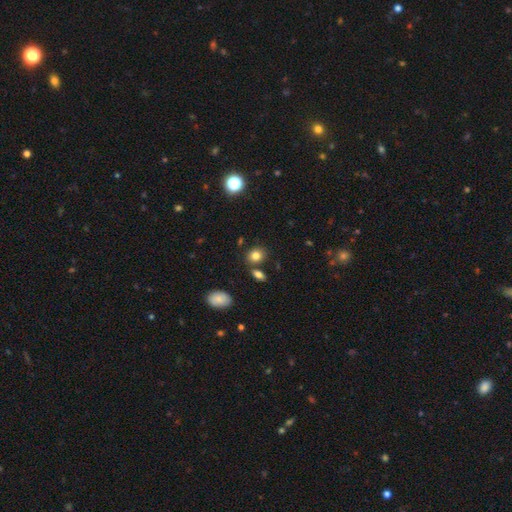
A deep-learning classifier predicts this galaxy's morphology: This appears to be a smooth galaxy with no disk features (81%) that is round (58%). Merging: none (77%).